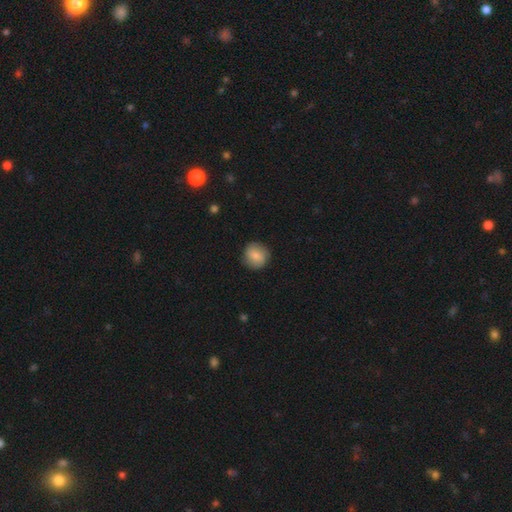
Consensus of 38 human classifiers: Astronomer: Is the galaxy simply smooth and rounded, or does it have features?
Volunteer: smooth — 66%.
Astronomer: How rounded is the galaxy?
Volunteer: round — 84%.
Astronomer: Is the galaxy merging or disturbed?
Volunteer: none — 78%.